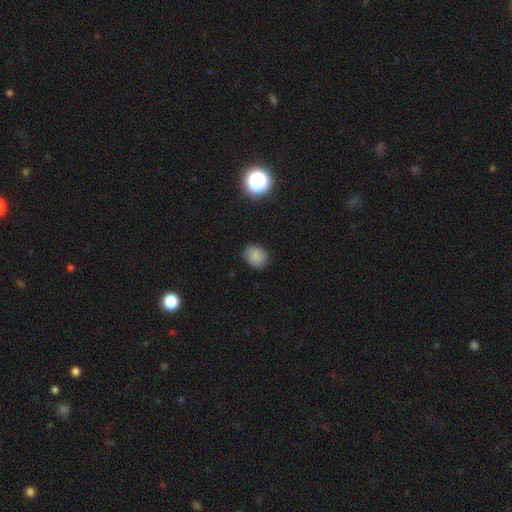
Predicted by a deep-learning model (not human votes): A smooth galaxy with no disk features (82%) that is round (62%).

Vote fractions:
- Smooth or featured? smooth: 82% / star or artifact: 12% / featured or disk: 6%
- How rounded? round: 62% / in between: 37% / cigar-shaped: 1%
- Merging? none: 84% / minor disturbance: 12% / major disturbance: 3% / merger: 1%